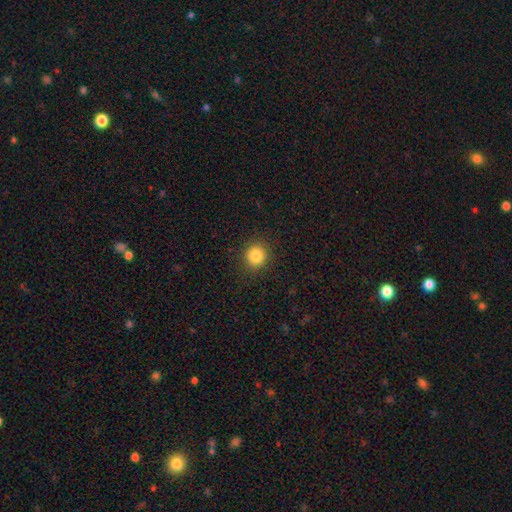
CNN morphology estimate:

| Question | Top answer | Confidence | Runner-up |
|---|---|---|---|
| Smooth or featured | smooth | 85% | star or artifact (11%) |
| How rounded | round | 89% | in between (10%) |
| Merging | none | 90% | minor disturbance (6%) |